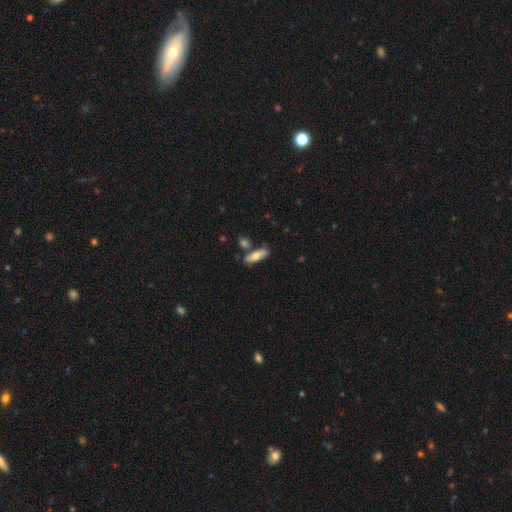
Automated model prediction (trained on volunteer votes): smooth-or-featured: smooth: 67% | featured or disk: 27% | star or artifact: 6%
  how-rounded: in between: 51% | cigar-shaped: 46% | round: 2%
  merging: none: 70% | minor disturbance: 15% | merger: 12% | major disturbance: 4%